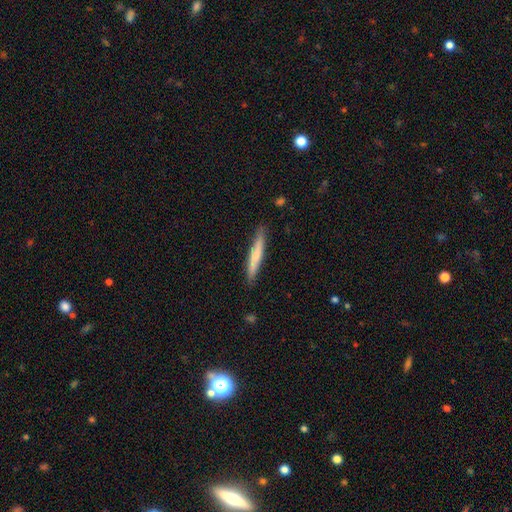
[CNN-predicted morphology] Smooth or featured: smooth — 65% (featured or disk — 30%)
How rounded: cigar-shaped — 94% (in between — 5%)
Merging: none — 87% (minor disturbance — 10%)